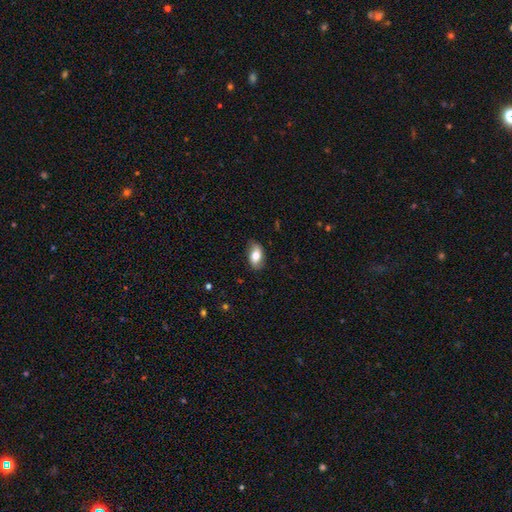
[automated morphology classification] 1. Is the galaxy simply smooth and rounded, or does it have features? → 72% smooth, 22% featured or disk, 7% star or artifact.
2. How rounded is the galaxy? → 91% in between, 7% round, 3% cigar-shaped.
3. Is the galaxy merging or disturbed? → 80% none, 16% minor disturbance, 3% major disturbance, 1% merger.